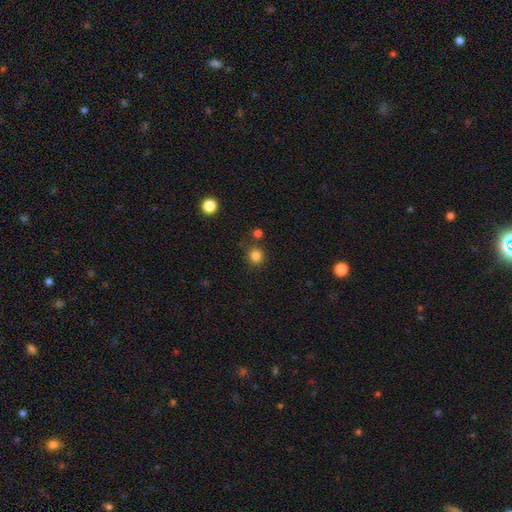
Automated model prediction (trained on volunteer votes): The model was most divided on "smooth or featured": smooth: 83%, star or artifact: 13%, featured or disk: 4%. More confident: how rounded — round (92%); merging — none (83%).